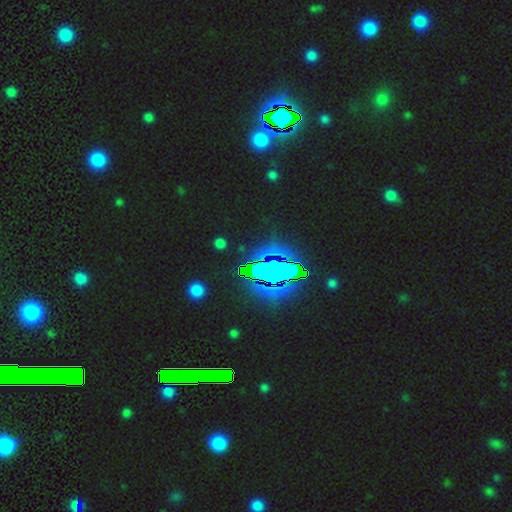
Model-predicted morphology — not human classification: Smooth or featured?
  - star or artifact: 81% *
  - smooth: 11%
  - featured or disk: 8%